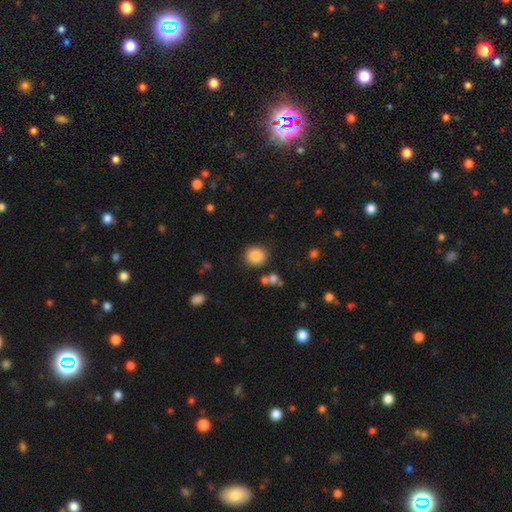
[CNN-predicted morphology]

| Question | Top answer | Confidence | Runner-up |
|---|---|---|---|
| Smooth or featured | smooth | 86% | star or artifact (9%) |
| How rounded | round | 84% | in between (16%) |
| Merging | none | 84% | minor disturbance (9%) |